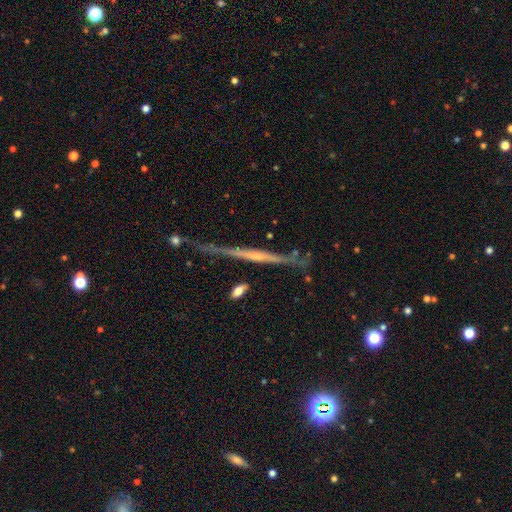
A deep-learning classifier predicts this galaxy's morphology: Smooth or featured? Predicted: featured or disk (p=0.76). Edge-on disk? Predicted: yes (p=0.96). Edge-on bulge? Predicted: none (p=0.51). Merging? Predicted: none (p=0.68).